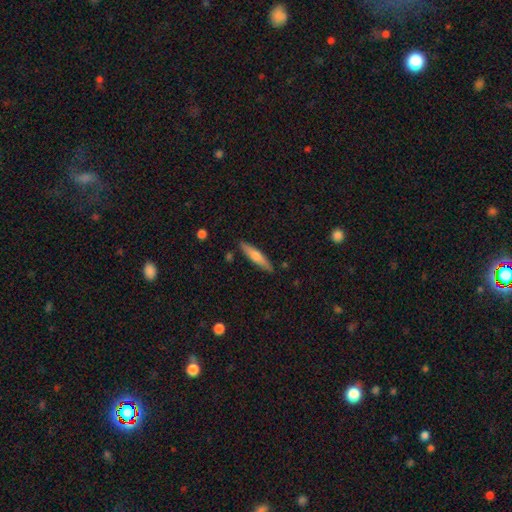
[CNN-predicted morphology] smooth 55%, featured or disk 39%, star or artifact 6%. Down the decision tree: how rounded — cigar-shaped (86%); merging — none (89%).